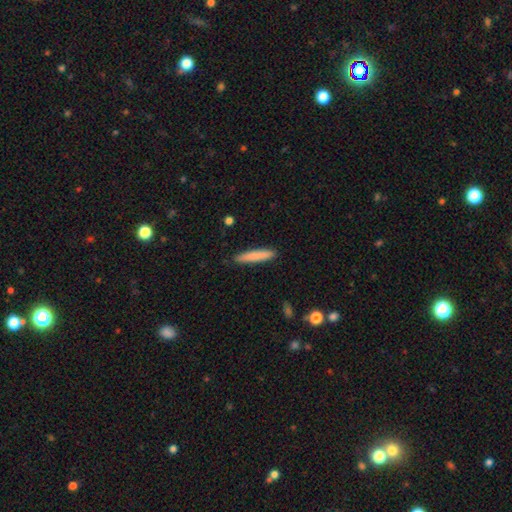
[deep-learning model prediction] Morphology: type=smooth (81%); roundness=cigar-shaped (93%); merging=none (89%).